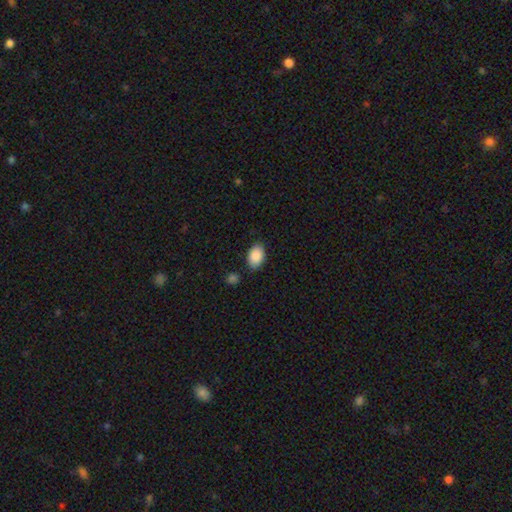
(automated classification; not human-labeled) smooth-or-featured: smooth: 89% | star or artifact: 7% | featured or disk: 4%
  how-rounded: in between: 88% | round: 11% | cigar-shaped: 1%
  merging: none: 81% | minor disturbance: 13% | major disturbance: 3% | merger: 3%